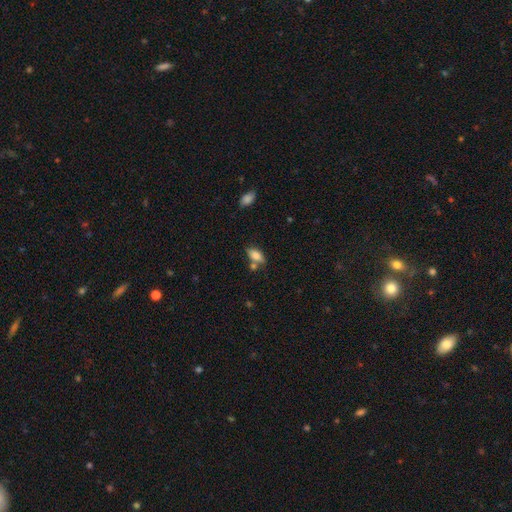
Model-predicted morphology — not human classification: Smooth or featured? smooth (80%)
How rounded? in between (86%)
Merging? none (59%)